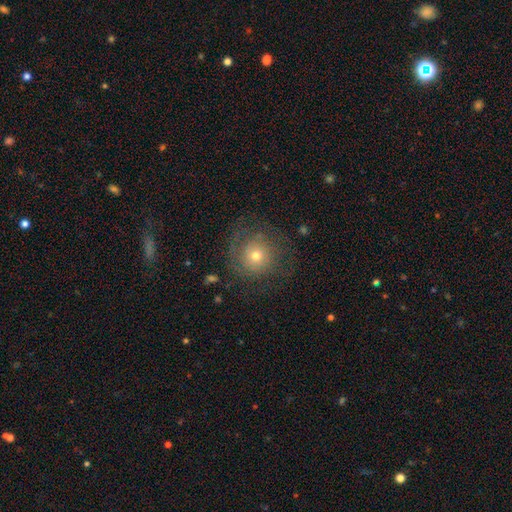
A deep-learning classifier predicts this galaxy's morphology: smooth 47%, featured or disk 40%, star or artifact 13%. Down the decision tree: merging — none (71%).